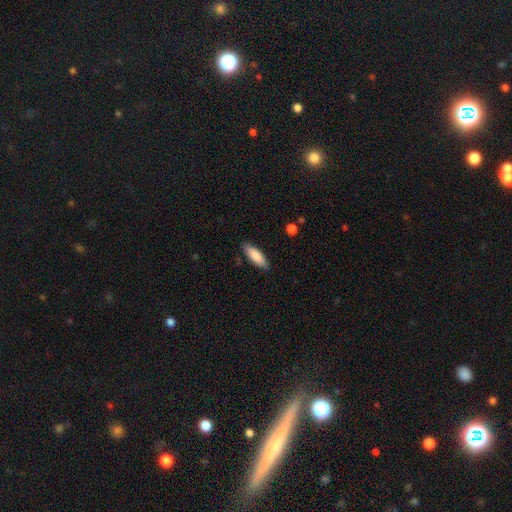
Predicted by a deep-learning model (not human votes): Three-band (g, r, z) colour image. It shows a smooth galaxy with no disk features (85%) that is in between round and cigar-shaped (58%). Merging: none (85%).